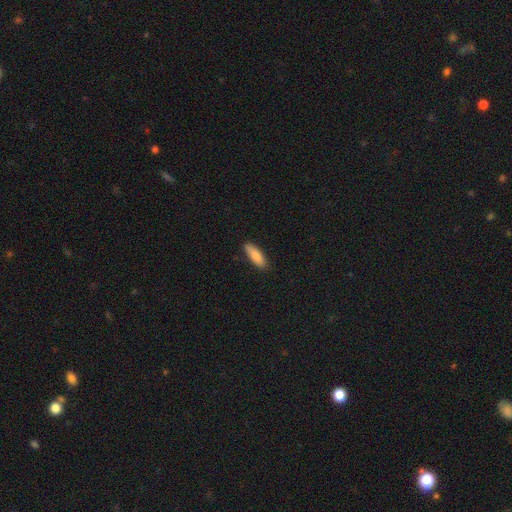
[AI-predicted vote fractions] Q: Smooth or featured?
A: smooth (84%); runner-up: featured or disk (10%)
Q: How rounded?
A: in between (51%); runner-up: cigar-shaped (47%)
Q: Merging?
A: none (86%); runner-up: minor disturbance (11%)